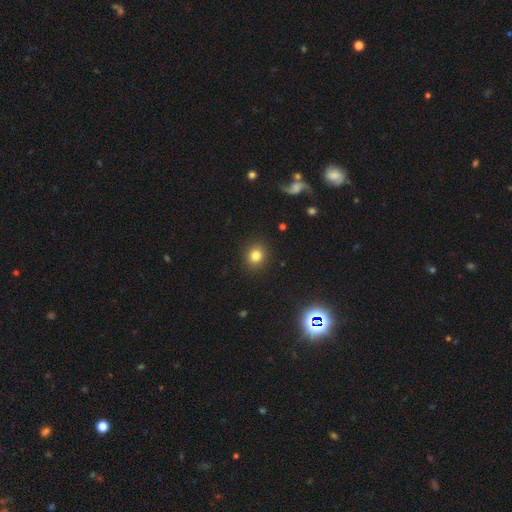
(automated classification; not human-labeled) A smooth galaxy with no disk features (81%) that is round (80%).

Vote fractions:
- Smooth or featured? smooth: 81% / star or artifact: 13% / featured or disk: 6%
- How rounded? round: 80% / in between: 19% / cigar-shaped: 1%
- Merging? none: 91% / minor disturbance: 6% / major disturbance: 2% / merger: 1%